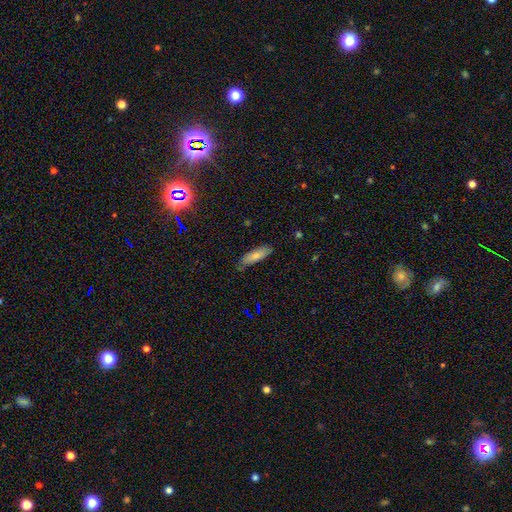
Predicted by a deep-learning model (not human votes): Smooth or featured? Predicted: smooth (p=0.74). How rounded? Predicted: cigar-shaped (p=0.55). Merging? Predicted: none (p=0.74).